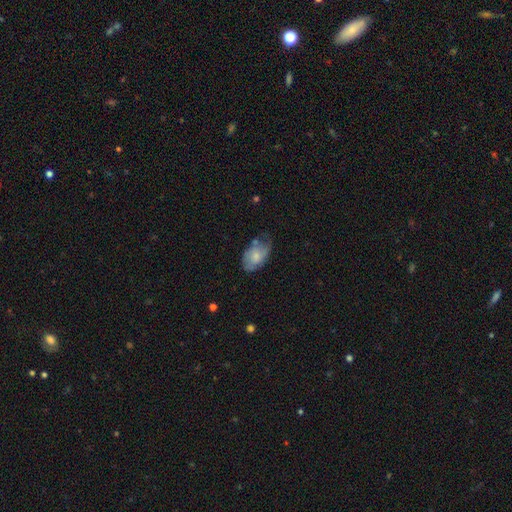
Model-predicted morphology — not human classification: Smooth or featured? Predicted: smooth (p=0.59). How rounded? Predicted: in between (p=0.90). Merging? Predicted: none (p=0.43).